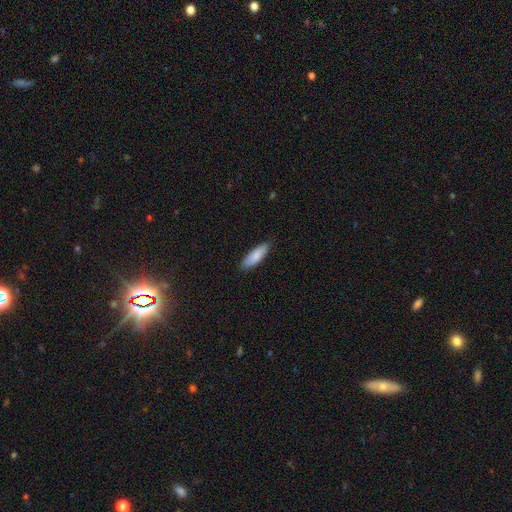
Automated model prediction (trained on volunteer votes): A smooth galaxy with no disk features (85%) that is in between round and cigar-shaped (55%).

Vote fractions:
- Smooth or featured? smooth: 85% / featured or disk: 9% / star or artifact: 5%
- How rounded? in between: 55% / cigar-shaped: 43% / round: 2%
- Merging? none: 86% / minor disturbance: 12% / major disturbance: 2% / merger: 1%